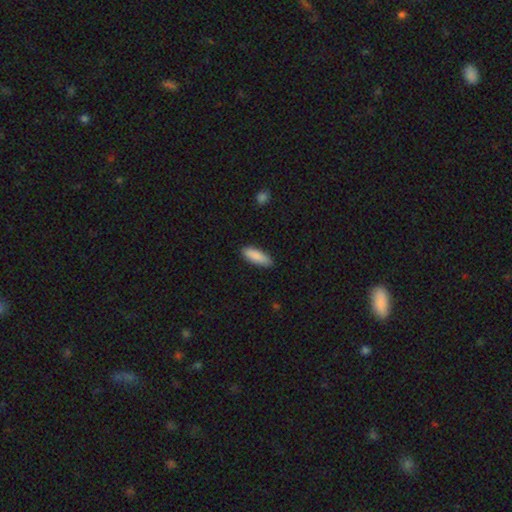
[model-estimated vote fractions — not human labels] smooth 89%, star or artifact 6%, featured or disk 5%. Down the decision tree: how rounded — in between (57%); merging — none (86%).